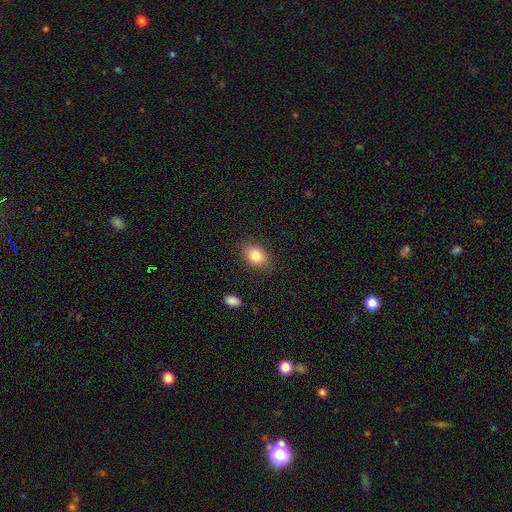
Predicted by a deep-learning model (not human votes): Smooth or featured?
  - smooth: 82% *
  - featured or disk: 9%
  - star or artifact: 9%
How rounded?
  - in between: 72% *
  - round: 27%
  - cigar-shaped: 1%
Merging?
  - none: 86% *
  - minor disturbance: 10%
  - major disturbance: 3%
  - merger: 1%